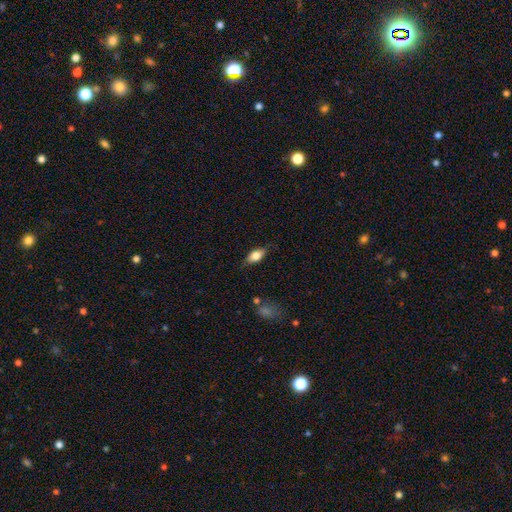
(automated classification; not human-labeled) Q: Smooth or featured?
A: smooth (74%); runner-up: featured or disk (18%)
Q: How rounded?
A: in between (84%); runner-up: cigar-shaped (11%)
Q: Merging?
A: none (78%); runner-up: minor disturbance (16%)